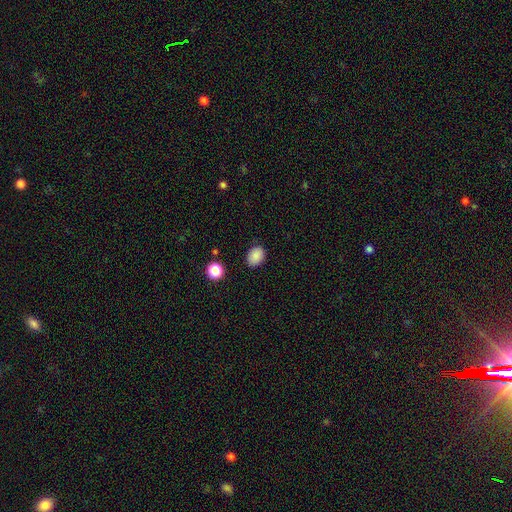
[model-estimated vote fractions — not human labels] Morphology: type=smooth (87%); roundness=in between (69%); merging=none (85%).